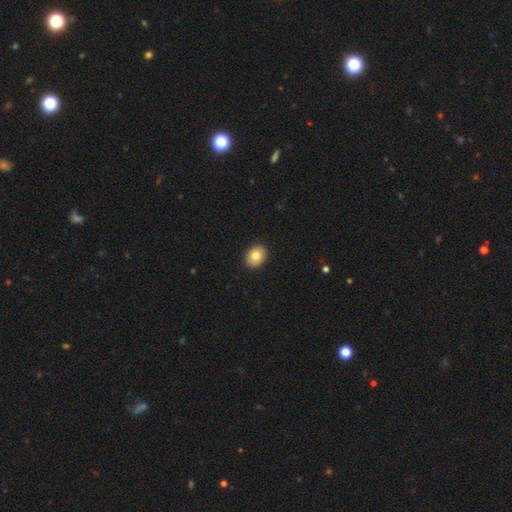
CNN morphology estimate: Smooth or featured: smooth — 80% (featured or disk — 12%)
How rounded: in between — 52% (round — 47%)
Merging: none — 91% (minor disturbance — 7%)